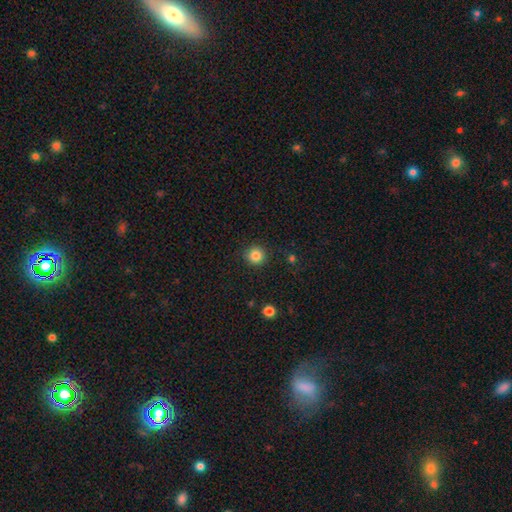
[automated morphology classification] smooth_or_featured: smooth (p=0.85) [alt: star or artifact p=0.11]
how_rounded: round (p=0.94) [alt: in between p=0.05]
merging: none (p=0.90) [alt: minor disturbance p=0.06]